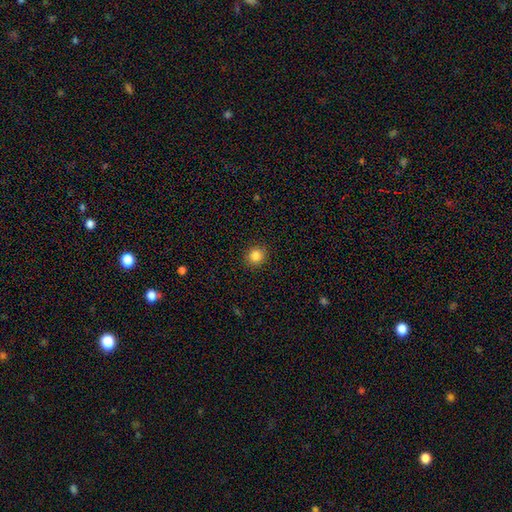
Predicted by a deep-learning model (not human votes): Smooth or featured?
  - smooth: 85% *
  - star or artifact: 10%
  - featured or disk: 5%
How rounded?
  - round: 87% *
  - in between: 12%
  - cigar-shaped: 1%
Merging?
  - none: 91% *
  - minor disturbance: 6%
  - major disturbance: 2%
  - merger: 1%